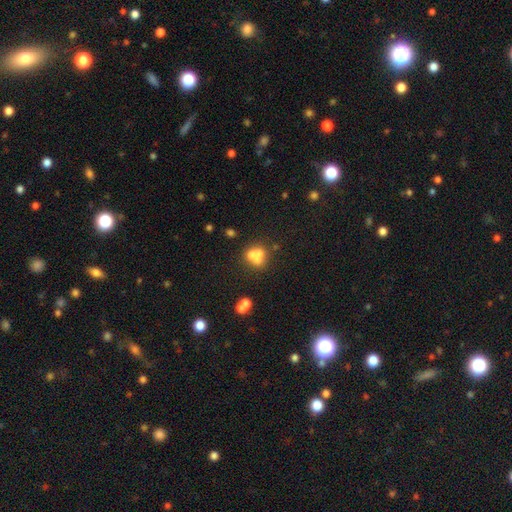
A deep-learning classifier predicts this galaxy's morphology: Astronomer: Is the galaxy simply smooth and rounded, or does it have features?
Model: smooth — 57%.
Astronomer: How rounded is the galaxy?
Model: round — 61% (runner-up: in between, 37%).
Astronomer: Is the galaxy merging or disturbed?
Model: merger — 50% (runner-up: none, 33%).